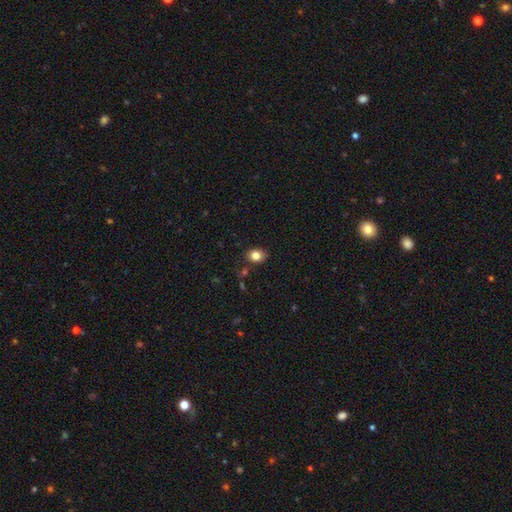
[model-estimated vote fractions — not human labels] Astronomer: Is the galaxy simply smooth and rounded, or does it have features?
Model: smooth — 81%.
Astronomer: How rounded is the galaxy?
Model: in between — 53% (runner-up: round, 46%).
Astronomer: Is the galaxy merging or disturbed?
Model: none — 82%.